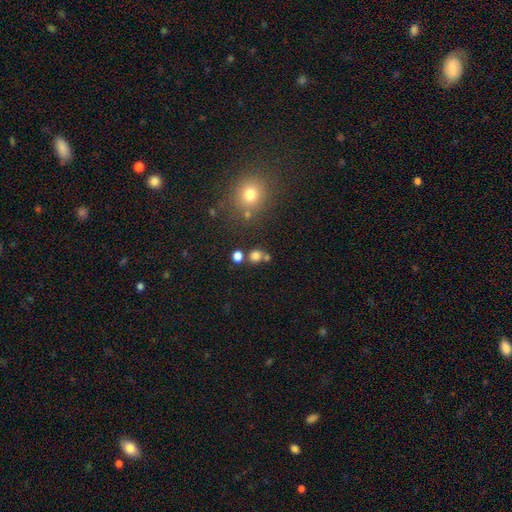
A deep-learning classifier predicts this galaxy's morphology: smooth_or_featured: smooth (p=0.75) [alt: star or artifact p=0.18]
how_rounded: round (p=0.80) [alt: in between p=0.18]
merging: none (p=0.65) [alt: merger p=0.22]